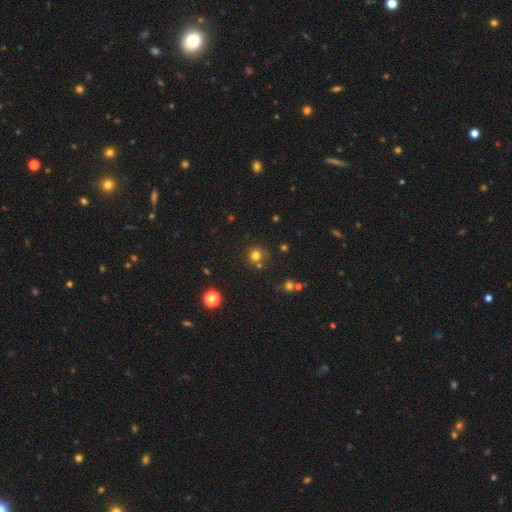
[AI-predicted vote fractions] Smooth or featured? Predicted: smooth (p=0.75). How rounded? Predicted: round (p=0.89). Merging? Predicted: none (p=0.68).